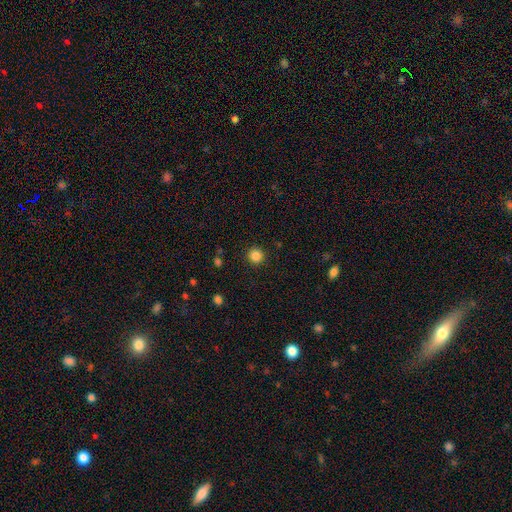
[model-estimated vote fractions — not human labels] A smooth galaxy with no disk features (85%) that is round (94%). Merging: none (92%).